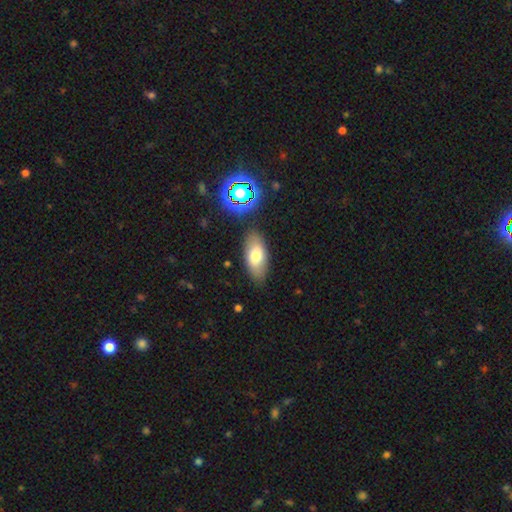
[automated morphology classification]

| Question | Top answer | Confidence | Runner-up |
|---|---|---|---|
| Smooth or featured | smooth | 72% | featured or disk (19%) |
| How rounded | in between | 89% | cigar-shaped (8%) |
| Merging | none | 81% | minor disturbance (12%) |